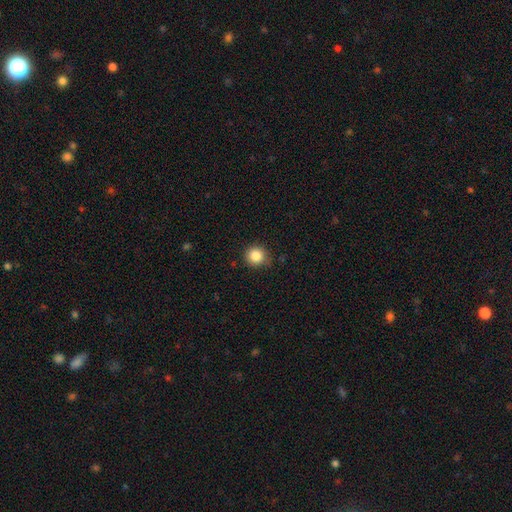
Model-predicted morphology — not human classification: Overall: smooth (85%). How rounded: round (92%). Merging: none (83%).